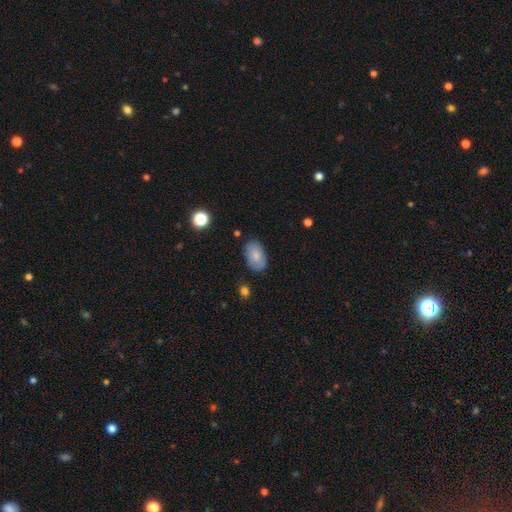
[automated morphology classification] Q: Smooth or featured?
A: smooth (79%); runner-up: featured or disk (14%)
Q: How rounded?
A: in between (92%); runner-up: round (7%)
Q: Merging?
A: none (82%); runner-up: minor disturbance (14%)